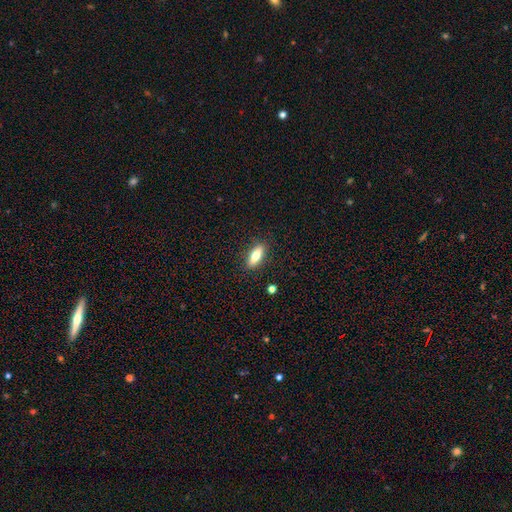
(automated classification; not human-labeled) Overall: smooth (65%; featured or disk 28%). How rounded: in between (60%; cigar-shaped 36%). Merging: none (88%).